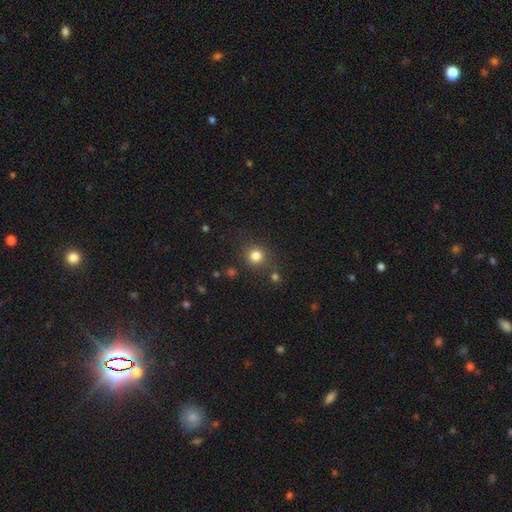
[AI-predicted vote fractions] Smooth or featured: smooth — 81% (star or artifact — 14%)
How rounded: round — 90% (in between — 9%)
Merging: none — 80% (minor disturbance — 9%)